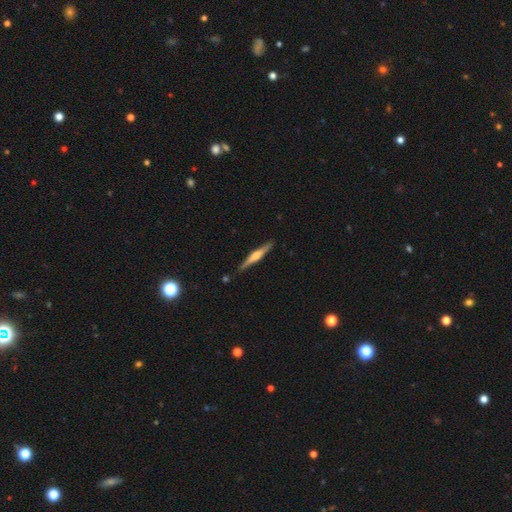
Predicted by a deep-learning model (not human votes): The model was most divided on "smooth or featured": featured or disk: 68%, smooth: 27%, star or artifact: 5%. More confident: edge-on disk — yes (98%); merging — none (88%); edge-on bulge — rounded (76%).